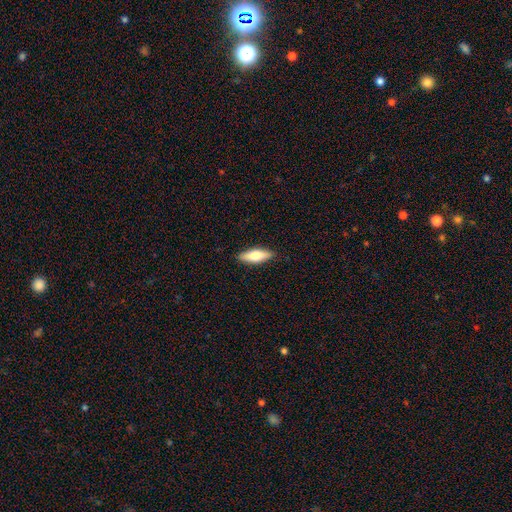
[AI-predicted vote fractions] smooth-or-featured: smooth: 66% | featured or disk: 28% | star or artifact: 6%
  how-rounded: in between: 61% | cigar-shaped: 36% | round: 2%
  merging: none: 88% | minor disturbance: 9% | major disturbance: 2% | merger: 1%